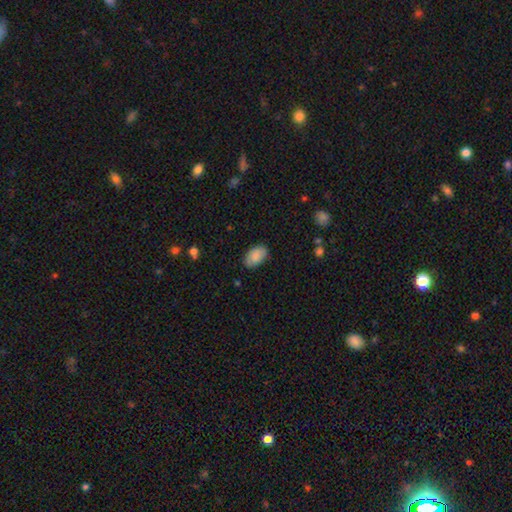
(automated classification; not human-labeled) This is clearly a smooth galaxy (85%). How rounded: clearly in between (93%). Merging: clearly none (83%).